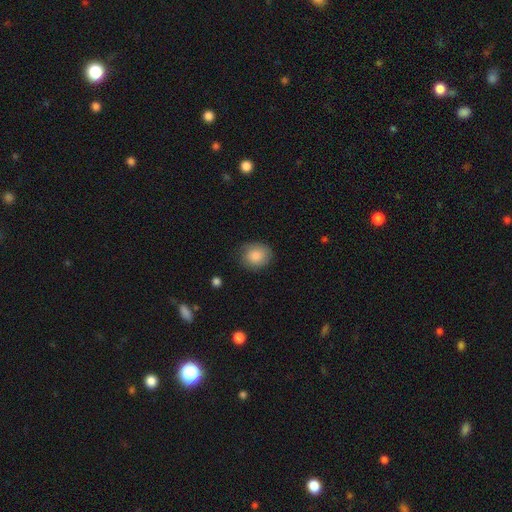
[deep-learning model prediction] The model was most divided on "how rounded": round: 68%, in between: 31%, cigar-shaped: 1%. More confident: smooth or featured — smooth (85%); merging — none (77%).